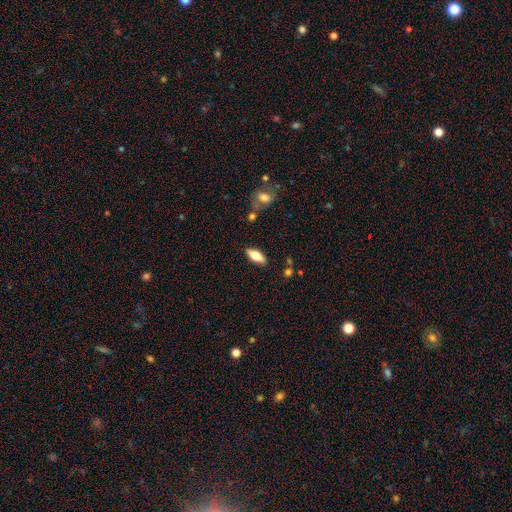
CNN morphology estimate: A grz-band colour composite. It shows a smooth galaxy with no disk features (64%) that is in between round and cigar-shaped (72%). Merging: none (85%).